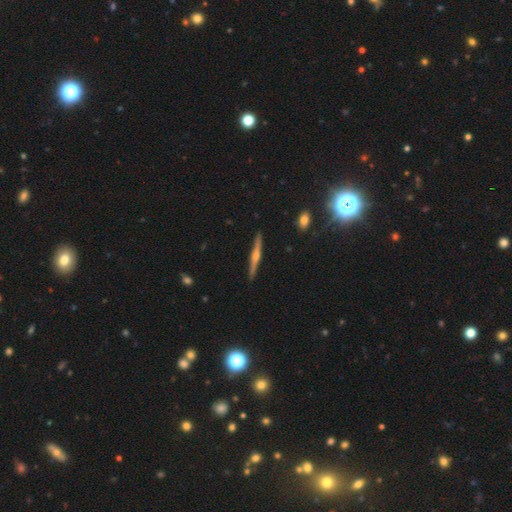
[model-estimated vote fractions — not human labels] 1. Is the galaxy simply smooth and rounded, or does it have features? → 74% featured or disk, 20% smooth, 6% star or artifact.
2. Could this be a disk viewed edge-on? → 98% yes, 2% no.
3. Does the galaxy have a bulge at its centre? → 85% rounded, 9% none, 6% boxy.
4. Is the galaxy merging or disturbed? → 91% none, 7% minor disturbance, 1% major disturbance, 1% merger.